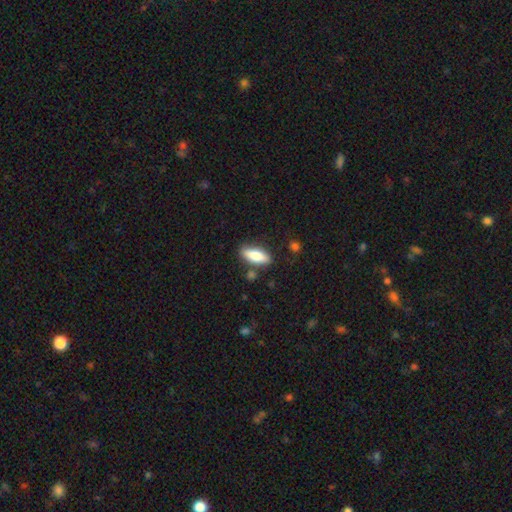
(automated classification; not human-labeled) smooth 78%, featured or disk 16%, star or artifact 6%. Down the decision tree: how rounded — in between (67%); merging — none (78%).